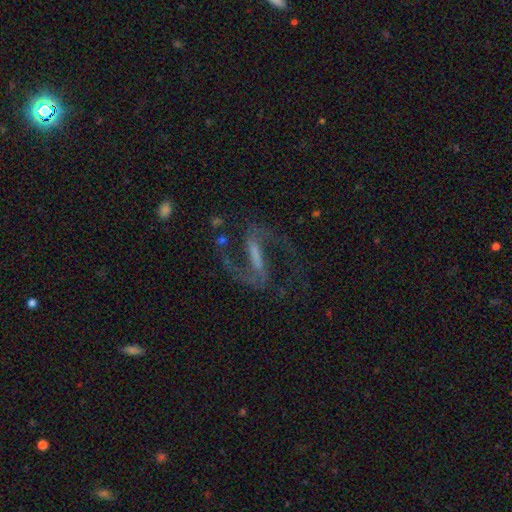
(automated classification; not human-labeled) Smooth or featured? Predicted: featured or disk (p=0.89). Edge-on disk? Predicted: no (p=0.96). Bar? Predicted: strong (p=0.66). Spiral arms? Predicted: yes (p=0.96). Spiral winding? Predicted: medium (p=0.49). Spiral arm count? Predicted: 2 (p=0.94). Bulge size? Predicted: none (p=0.48). Merging? Predicted: none (p=0.72).